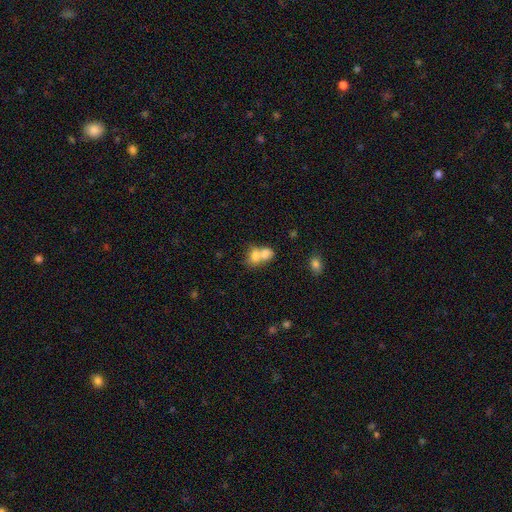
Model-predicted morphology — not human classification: smooth 74%, featured or disk 17%, star or artifact 9%. Down the decision tree: how rounded — in between (65%); merging — merger (71%).